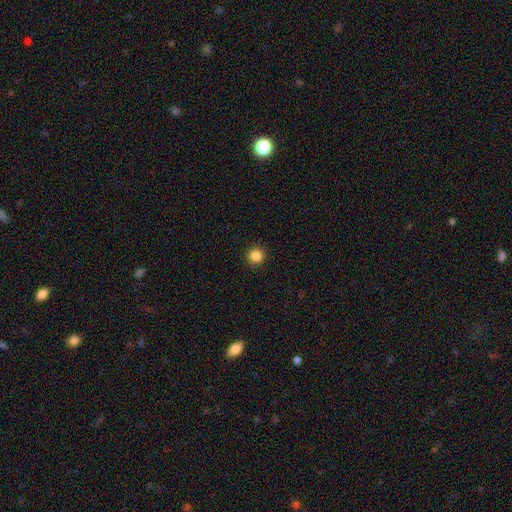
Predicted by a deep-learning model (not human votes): A smooth galaxy with no disk features (85%) that is round (95%). Merging: none (93%).